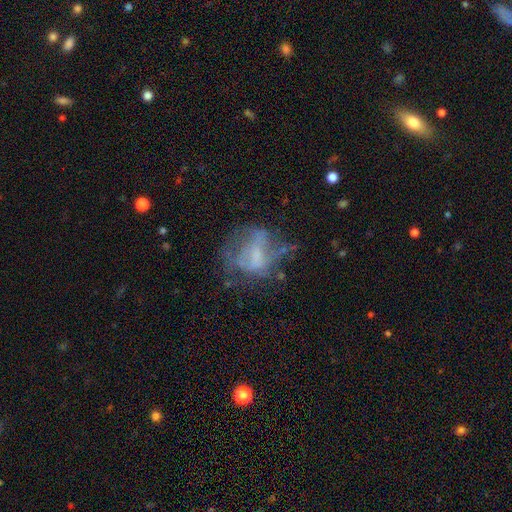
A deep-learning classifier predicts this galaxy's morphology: The model was most divided on "merging": none: 40%, major disturbance: 34%, minor disturbance: 22%, merger: 5%. Remaining: edge-on disk — no (96%); spiral arms — no (71%); bar — no (62%); smooth or featured — featured or disk (54%); bulge size — none (46%).